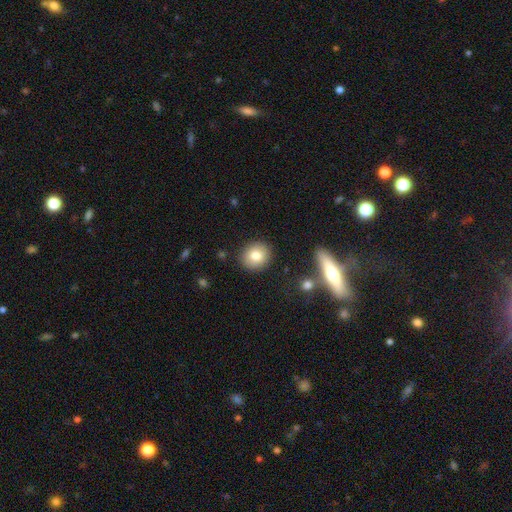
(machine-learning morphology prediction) Overall: smooth (80%). How rounded: round (82%). Merging: none (88%).